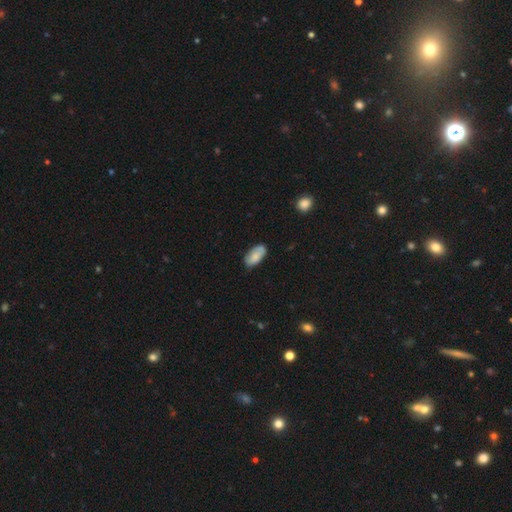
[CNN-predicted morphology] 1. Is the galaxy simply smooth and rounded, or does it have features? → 73% smooth, 21% featured or disk, 7% star or artifact.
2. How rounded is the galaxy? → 94% in between, 4% cigar-shaped, 3% round.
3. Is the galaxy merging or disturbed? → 74% none, 20% minor disturbance, 4% major disturbance, 2% merger.